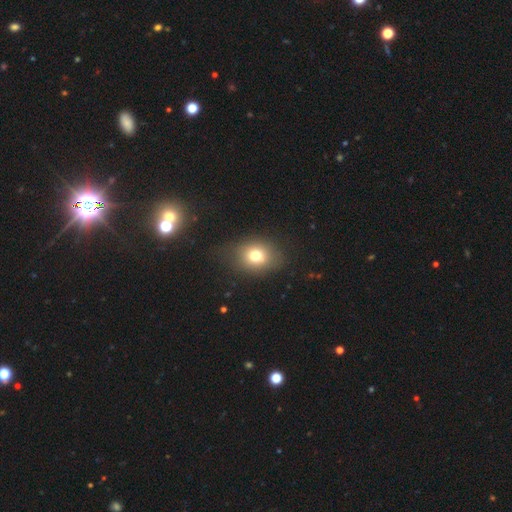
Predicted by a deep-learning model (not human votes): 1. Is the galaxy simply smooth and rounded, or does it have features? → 73% smooth, 14% featured or disk, 13% star or artifact.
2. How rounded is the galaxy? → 50% in between, 49% round, 1% cigar-shaped.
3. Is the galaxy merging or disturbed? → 73% none, 18% minor disturbance, 8% major disturbance, 2% merger.